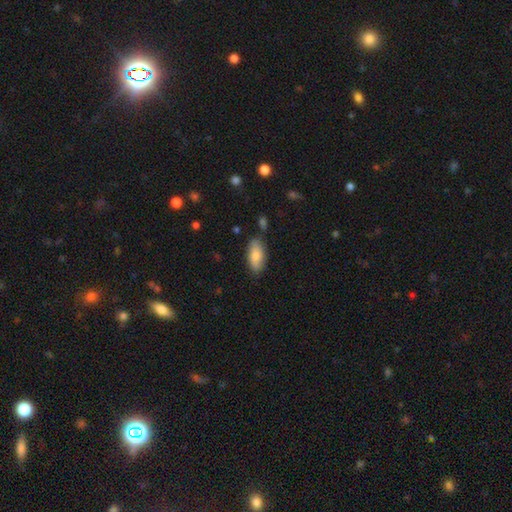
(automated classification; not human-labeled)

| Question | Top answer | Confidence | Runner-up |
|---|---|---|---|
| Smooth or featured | smooth | 79% | featured or disk (15%) |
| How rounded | in between | 88% | cigar-shaped (10%) |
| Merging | none | 77% | minor disturbance (17%) |